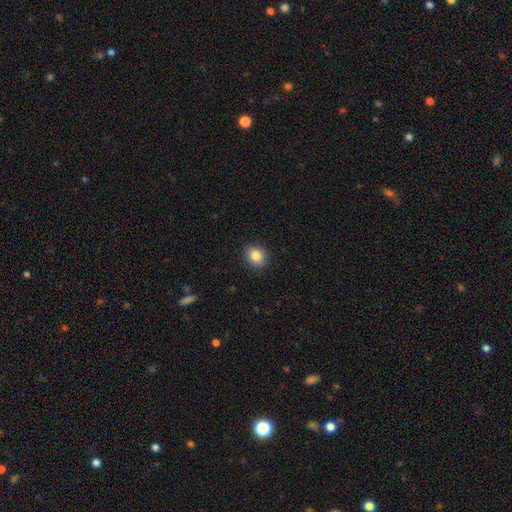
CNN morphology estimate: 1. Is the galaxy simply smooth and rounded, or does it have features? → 85% smooth, 9% star or artifact, 5% featured or disk.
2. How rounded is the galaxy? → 61% round, 38% in between, 1% cigar-shaped.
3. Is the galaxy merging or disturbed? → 89% none, 8% minor disturbance, 2% major disturbance, 1% merger.